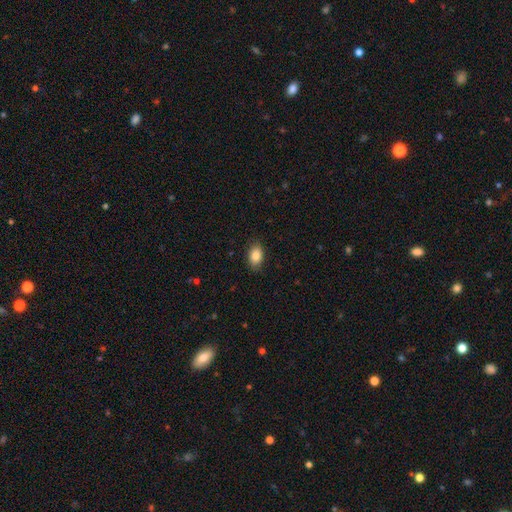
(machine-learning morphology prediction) This appears to be a smooth galaxy with no disk features (87%) that is in between round and cigar-shaped (88%). Merging: none (86%).